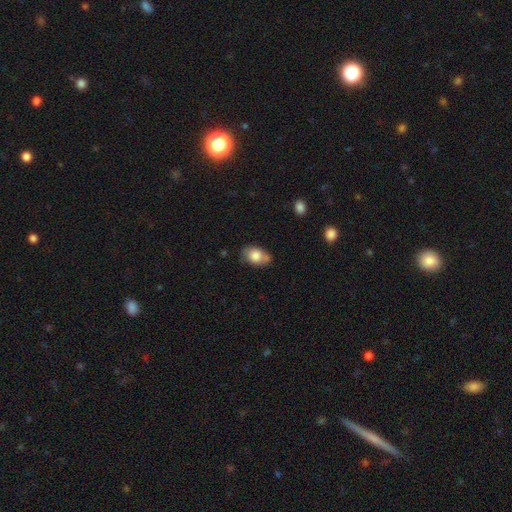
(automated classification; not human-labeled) This is likely a smooth galaxy (76%). How rounded: clearly in between (85%). Merging: likely none (64%).